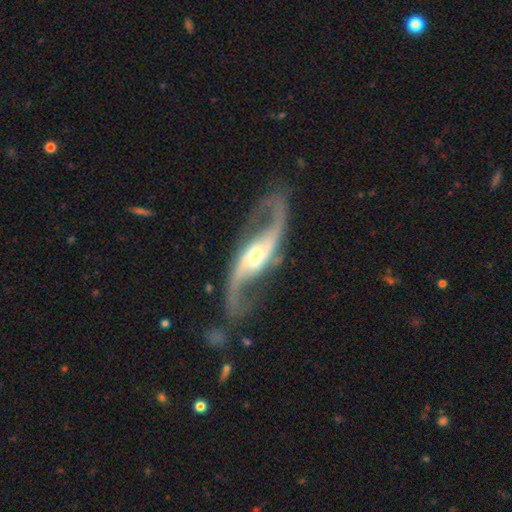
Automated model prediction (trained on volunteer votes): A featured or disk galaxy (93%) with a strong bar (38%, tied with weak), 2 (95%) loose (62%) spiral arms (98%) and a moderate central bulge (58%). Merging: none (79%).